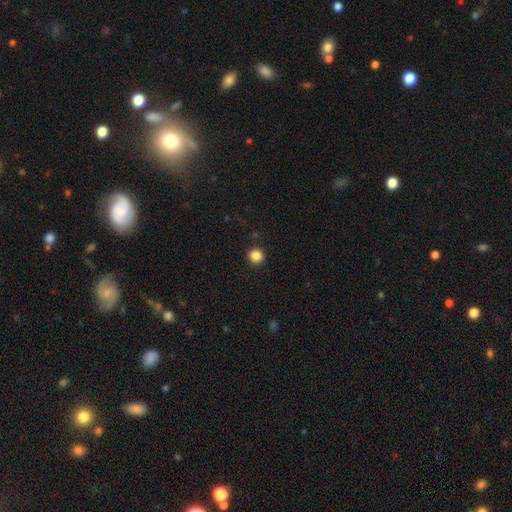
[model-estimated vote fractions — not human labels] Smooth or featured? Predicted: smooth (p=0.86). How rounded? Predicted: round (p=0.92). Merging? Predicted: none (p=0.91).